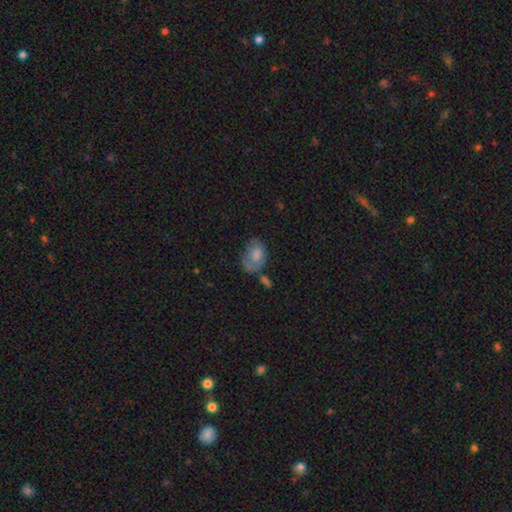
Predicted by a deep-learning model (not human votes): A smooth galaxy with no disk features (70%) that is in between round and cigar-shaped (82%). Merging: none (44%).